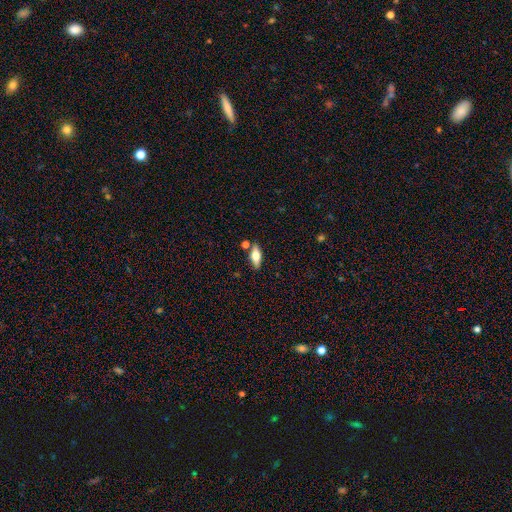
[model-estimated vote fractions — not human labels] Overall: smooth (56%; featured or disk 37%). How rounded: in between (71%). Merging: none (80%).